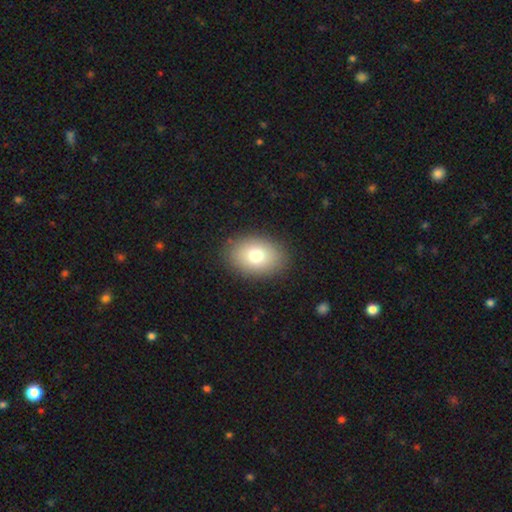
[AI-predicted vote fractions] Smooth or featured? Predicted: smooth (p=0.78). How rounded? Predicted: in between (p=0.77). Merging? Predicted: none (p=0.88).